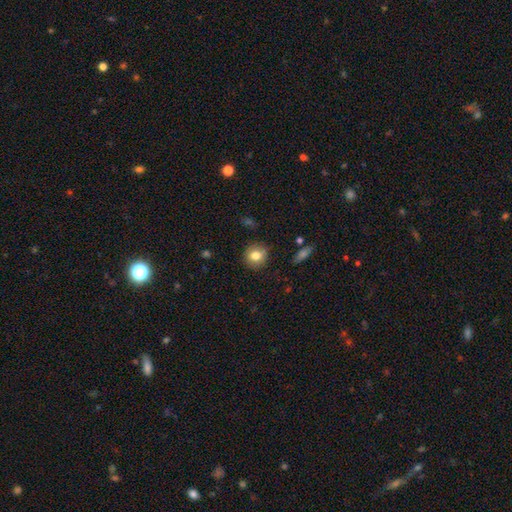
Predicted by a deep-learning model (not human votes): Smooth or featured: smooth — 80% (featured or disk — 11%)
How rounded: round — 87% (in between — 12%)
Merging: none — 87% (minor disturbance — 9%)